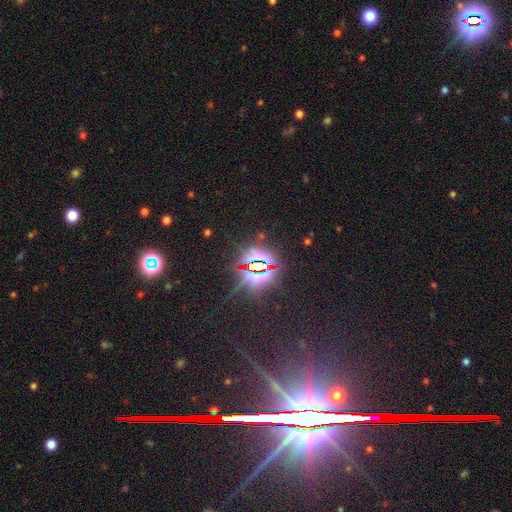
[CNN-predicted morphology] Q: Smooth or featured?
A: star or artifact (82%); runner-up: smooth (10%)